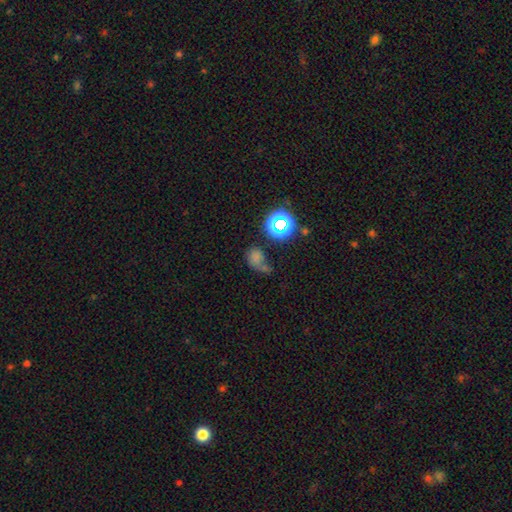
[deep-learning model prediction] smooth 59%, star or artifact 27%, featured or disk 14%. Down the decision tree: how rounded — round (52%); merging — none (34%).